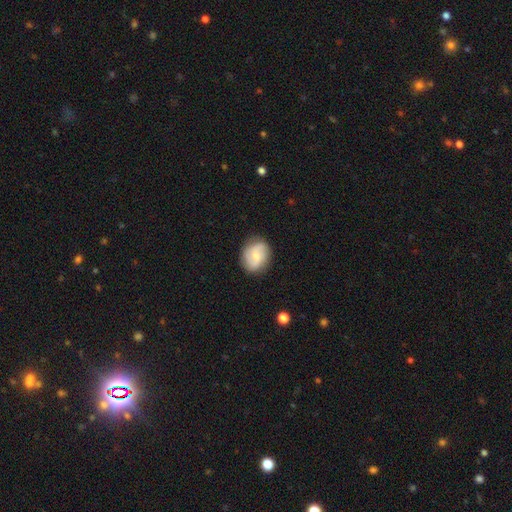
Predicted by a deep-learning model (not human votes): Smooth or featured? featured or disk (56%)
Edge-on disk? no (97%)
Bar? no (47%)
Spiral arms? yes (91%)
Bulge size? small (51%)
Merging? none (82%)